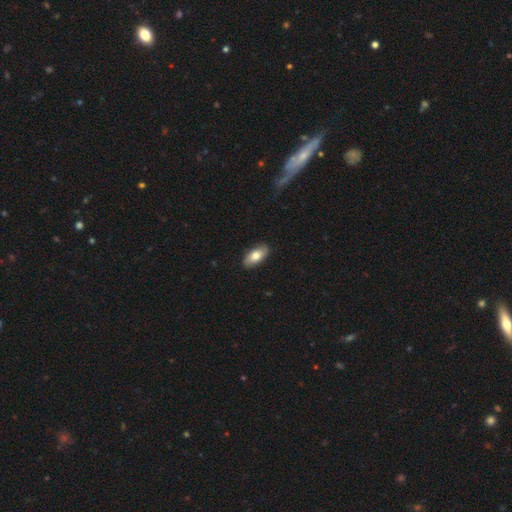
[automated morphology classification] Smooth or featured? Predicted: smooth (p=0.77). How rounded? Predicted: in between (p=0.91). Merging? Predicted: none (p=0.87).